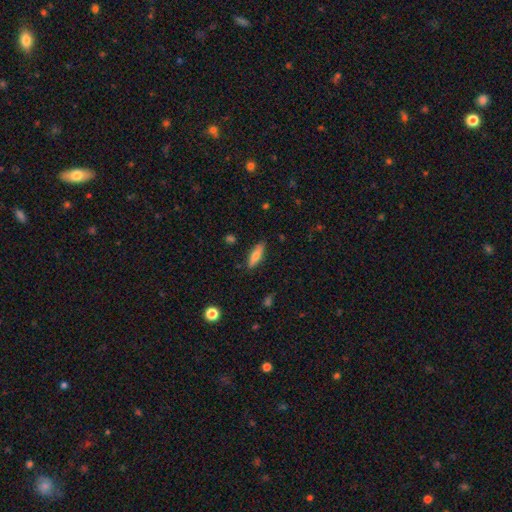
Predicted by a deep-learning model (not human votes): A smooth galaxy with no disk features (70%) that is cigar-shaped (58%).

Vote fractions:
- Smooth or featured? smooth: 70% / featured or disk: 23% / star or artifact: 7%
- How rounded? cigar-shaped: 58% / in between: 40% / round: 2%
- Merging? none: 85% / minor disturbance: 11% / major disturbance: 2% / merger: 2%